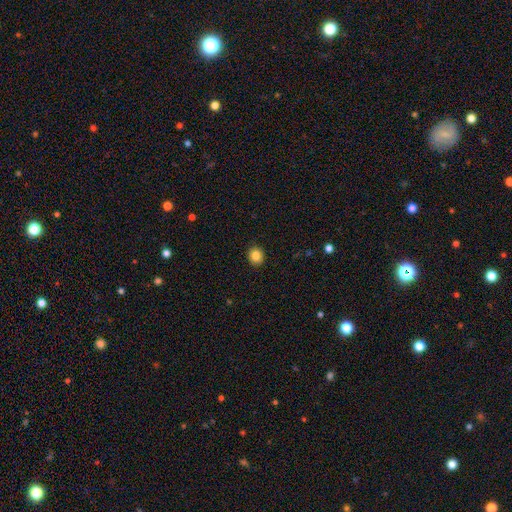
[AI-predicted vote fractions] Smooth or featured: smooth — 84% (star or artifact — 10%)
How rounded: round — 78% (in between — 21%)
Merging: none — 92% (minor disturbance — 6%)